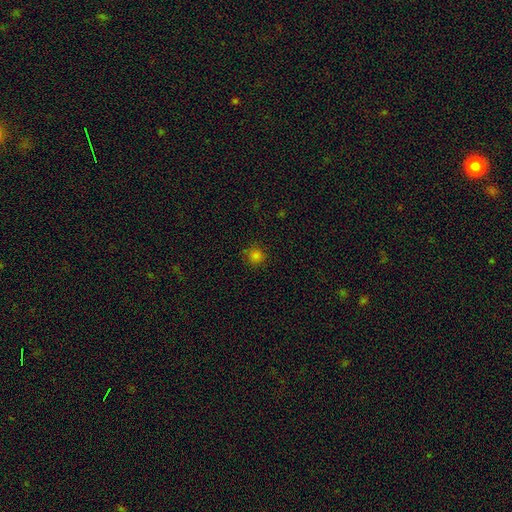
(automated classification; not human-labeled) This is clearly a smooth galaxy (81%). How rounded: clearly round (93%). Merging: clearly none (85%).